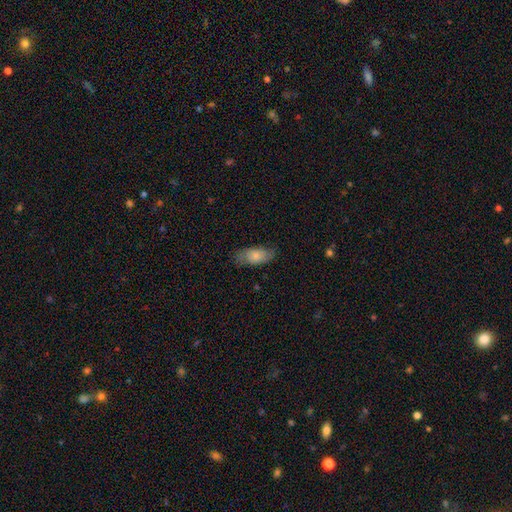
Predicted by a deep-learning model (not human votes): smooth 72%, featured or disk 22%, star or artifact 6%. Down the decision tree: how rounded — in between (87%); merging — none (72%).